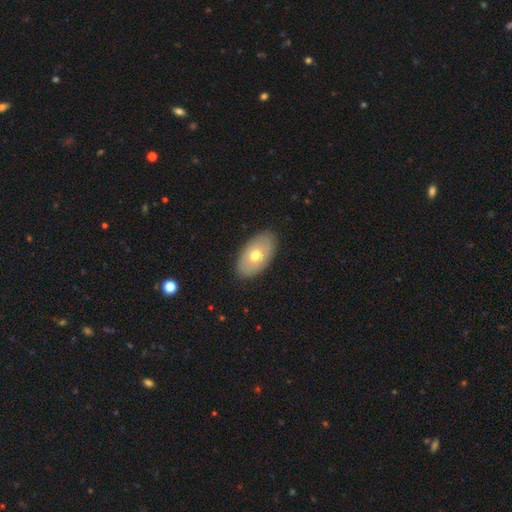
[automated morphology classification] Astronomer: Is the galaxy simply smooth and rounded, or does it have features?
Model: smooth — 60%.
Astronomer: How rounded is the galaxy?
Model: in between — 93%.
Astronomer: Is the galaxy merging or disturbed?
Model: none — 86%.